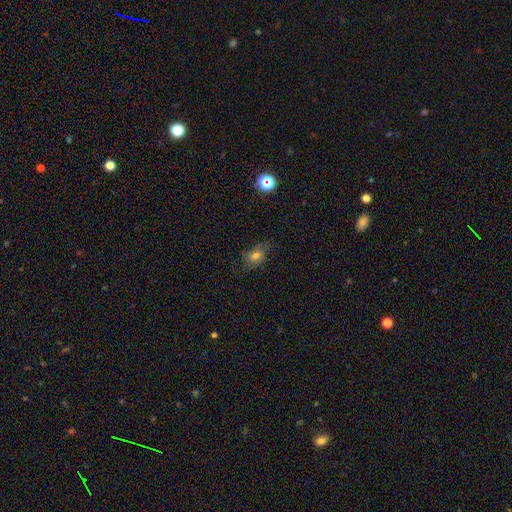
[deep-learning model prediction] smooth-or-featured: smooth: 65% | featured or disk: 21% | star or artifact: 14%
  how-rounded: in between: 80% | round: 17% | cigar-shaped: 3%
  merging: none: 63% | minor disturbance: 26% | major disturbance: 10% | merger: 2%